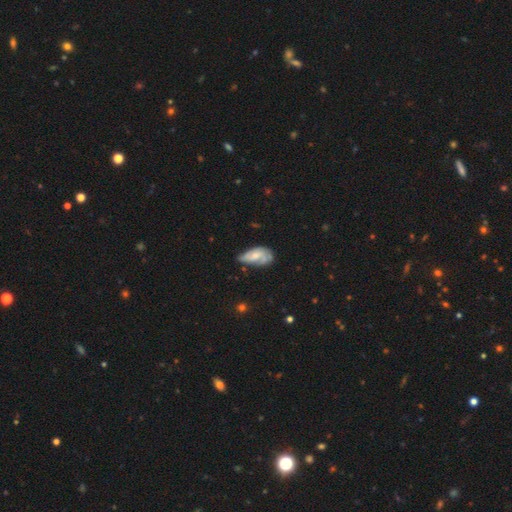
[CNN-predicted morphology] smooth_or_featured: smooth (p=0.48) [alt: featured or disk p=0.44]
merging: minor disturbance (p=0.38) [alt: none p=0.35]